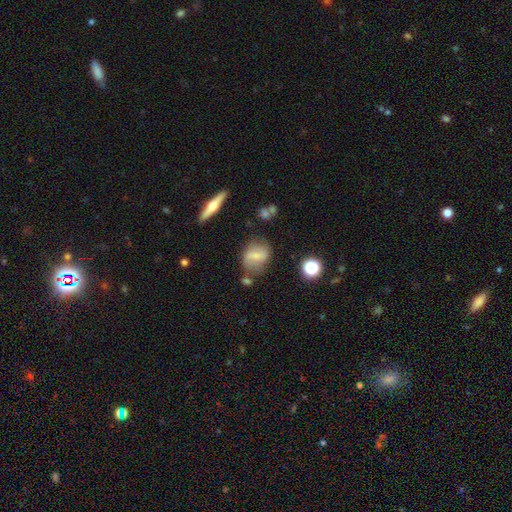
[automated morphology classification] Smooth or featured? Predicted: smooth (p=0.48). Merging? Predicted: none (p=0.64).